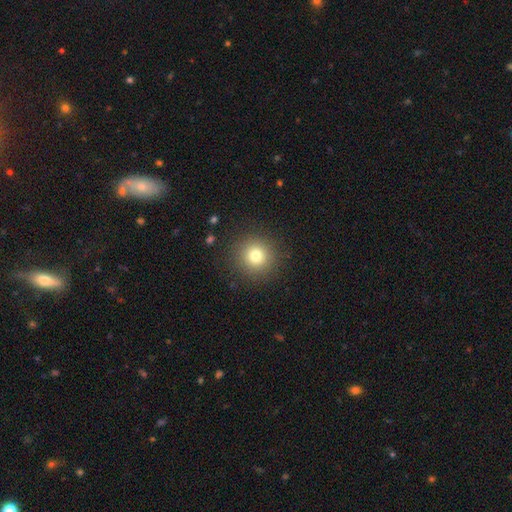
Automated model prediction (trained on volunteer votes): smooth_or_featured: smooth (p=0.77) [alt: star or artifact p=0.13]
how_rounded: round (p=0.94) [alt: in between p=0.05]
merging: none (p=0.90) [alt: minor disturbance p=0.06]